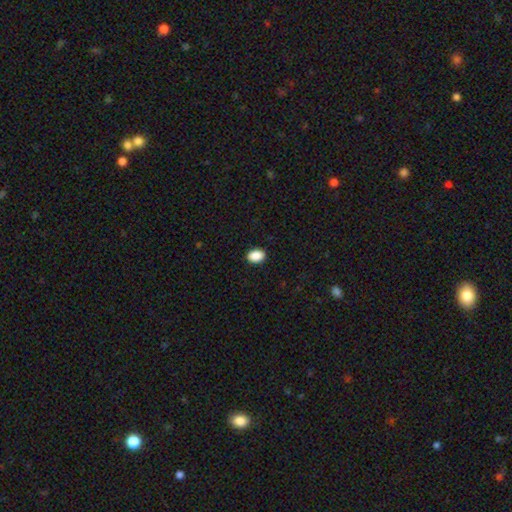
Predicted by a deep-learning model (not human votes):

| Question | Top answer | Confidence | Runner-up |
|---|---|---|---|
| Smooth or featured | smooth | 90% | star or artifact (8%) |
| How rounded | in between | 81% | round (18%) |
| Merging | none | 90% | minor disturbance (7%) |